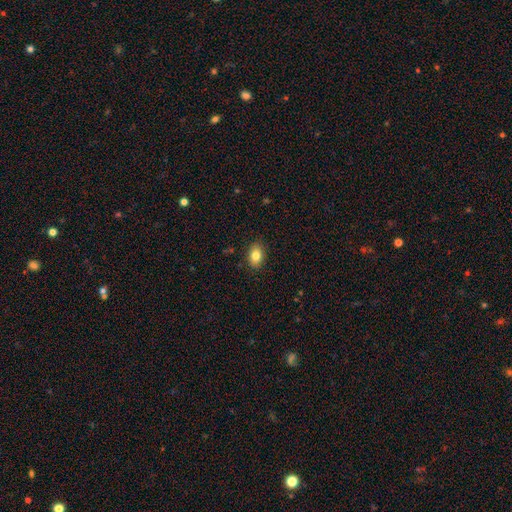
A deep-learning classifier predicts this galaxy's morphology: type=smooth (83%); roundness=in between (83%); merging=none (89%).